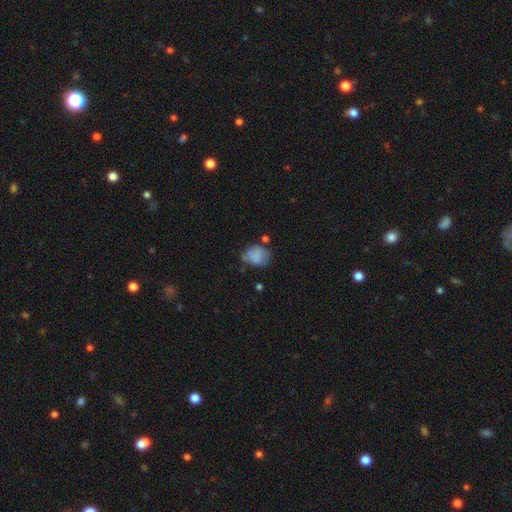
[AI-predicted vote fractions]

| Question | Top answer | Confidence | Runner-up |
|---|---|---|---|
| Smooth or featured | smooth | 72% | featured or disk (17%) |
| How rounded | in between | 58% | round (41%) |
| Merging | none | 51% | minor disturbance (29%) |